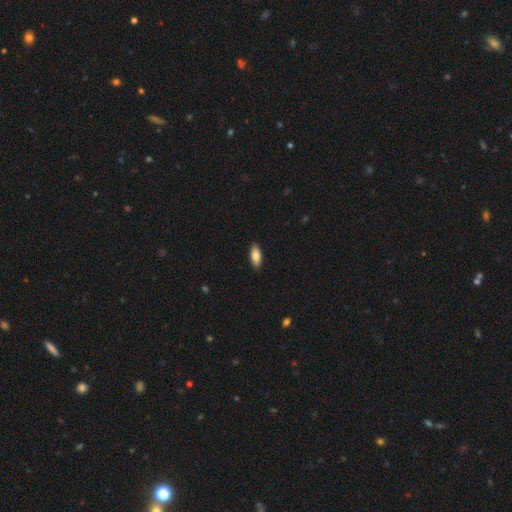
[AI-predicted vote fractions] Smooth or featured?
  - smooth: 83% *
  - featured or disk: 11%
  - star or artifact: 6%
How rounded?
  - in between: 82% *
  - cigar-shaped: 15%
  - round: 2%
Merging?
  - none: 90% *
  - minor disturbance: 8%
  - major disturbance: 2%
  - merger: 1%